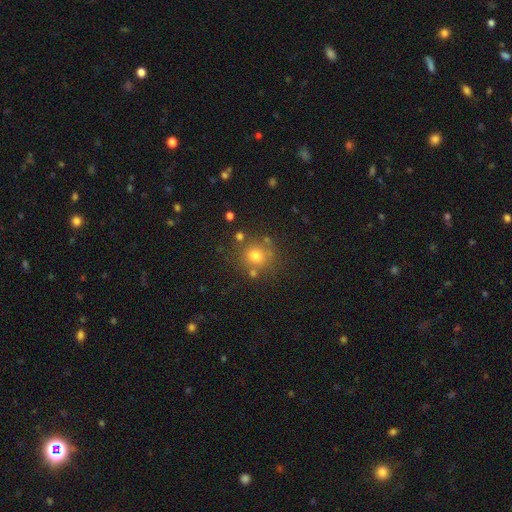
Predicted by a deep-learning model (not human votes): A smooth galaxy with no disk features (72%) that is round (89%).

Vote fractions:
- Smooth or featured? smooth: 72% / star or artifact: 18% / featured or disk: 10%
- How rounded? round: 89% / in between: 10% / cigar-shaped: 1%
- Merging? none: 76% / minor disturbance: 11% / merger: 9% / major disturbance: 4%